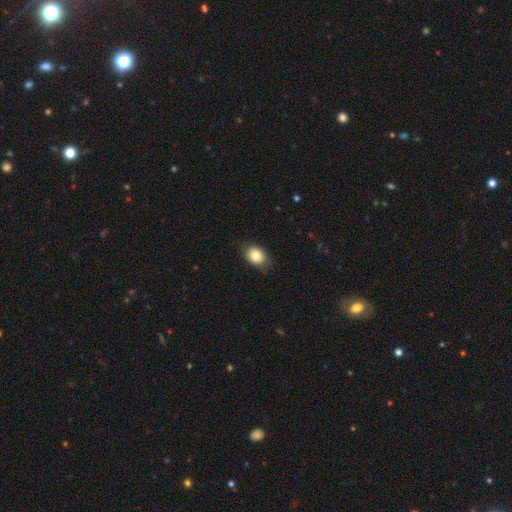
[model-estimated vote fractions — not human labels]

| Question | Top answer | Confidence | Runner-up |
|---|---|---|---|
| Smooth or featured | smooth | 82% | featured or disk (9%) |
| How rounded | in between | 66% | round (33%) |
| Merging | none | 78% | minor disturbance (18%) |